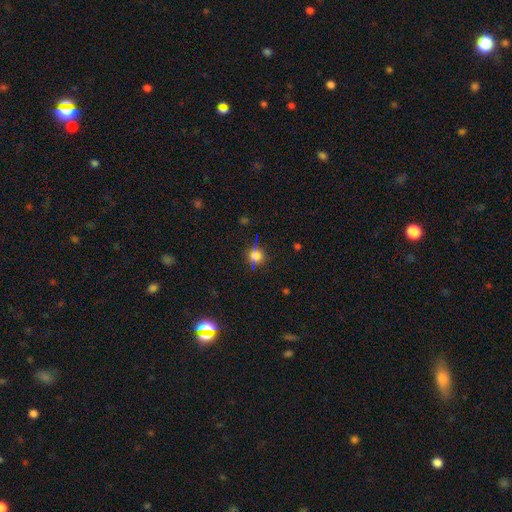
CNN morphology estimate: A smooth galaxy with no disk features (69%) that is round (86%).

Vote fractions:
- Smooth or featured? smooth: 69% / star or artifact: 24% / featured or disk: 8%
- How rounded? round: 86% / in between: 12% / cigar-shaped: 2%
- Merging? none: 84% / minor disturbance: 10% / major disturbance: 3% / merger: 3%